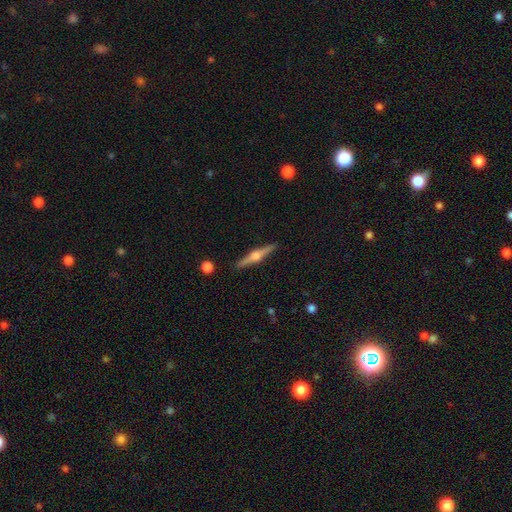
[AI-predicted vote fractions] Q: Smooth or featured?
A: featured or disk (76%); runner-up: smooth (18%)
Q: Edge-on disk?
A: yes (98%); runner-up: no (2%)
Q: Edge-on bulge?
A: rounded (93%); runner-up: boxy (5%)
Q: Merging?
A: none (91%); runner-up: minor disturbance (6%)